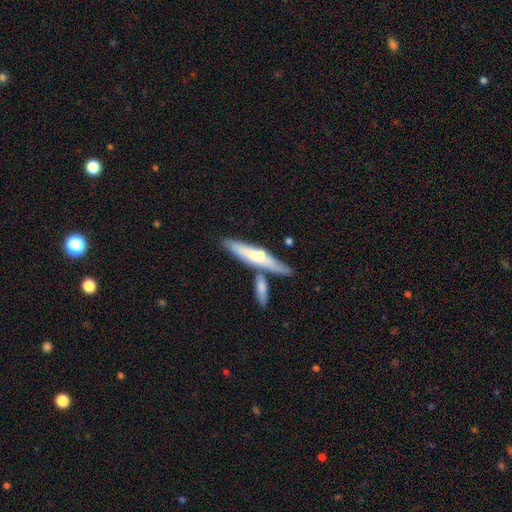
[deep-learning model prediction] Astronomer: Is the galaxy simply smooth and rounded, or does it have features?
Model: featured or disk — 56% (runner-up: smooth, 37%).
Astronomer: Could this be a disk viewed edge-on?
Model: yes — 92%.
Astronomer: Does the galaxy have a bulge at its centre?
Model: rounded — 70%.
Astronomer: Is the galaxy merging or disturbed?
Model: none — 69%.